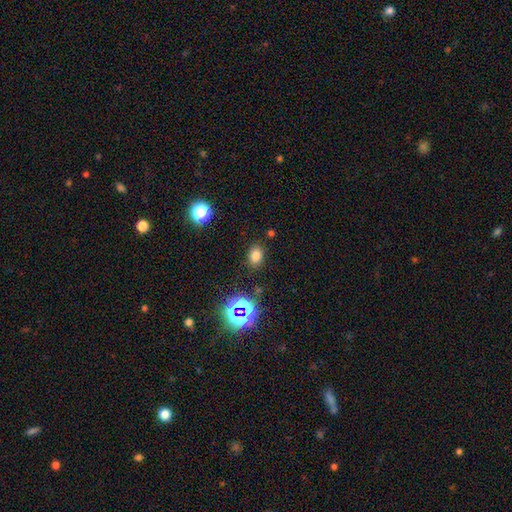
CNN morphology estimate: The model was most divided on "how rounded": in between: 65%, round: 34%, cigar-shaped: 1%. More confident: merging — none (84%); smooth or featured — smooth (74%).